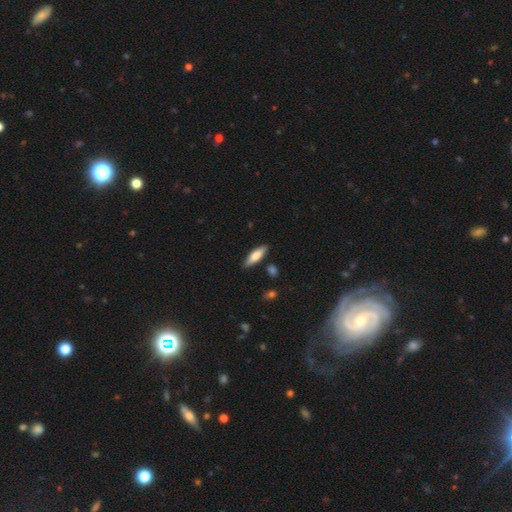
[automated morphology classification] Smooth or featured?
  - smooth: 69% *
  - featured or disk: 25%
  - star or artifact: 6%
How rounded?
  - cigar-shaped: 55% *
  - in between: 43%
  - round: 2%
Merging?
  - none: 85% *
  - minor disturbance: 10%
  - merger: 3%
  - major disturbance: 2%